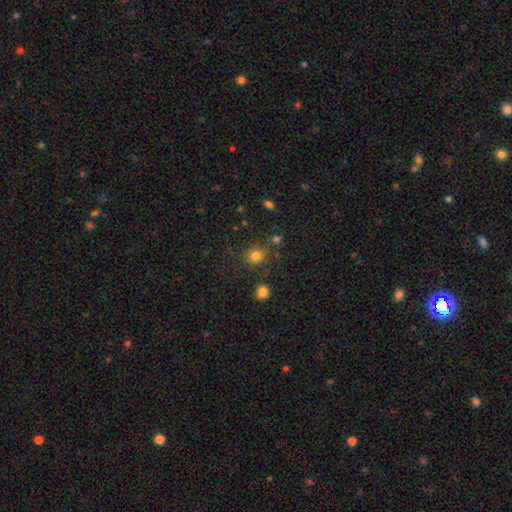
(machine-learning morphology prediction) Smooth or featured? smooth (79%)
How rounded? round (82%)
Merging? none (78%)